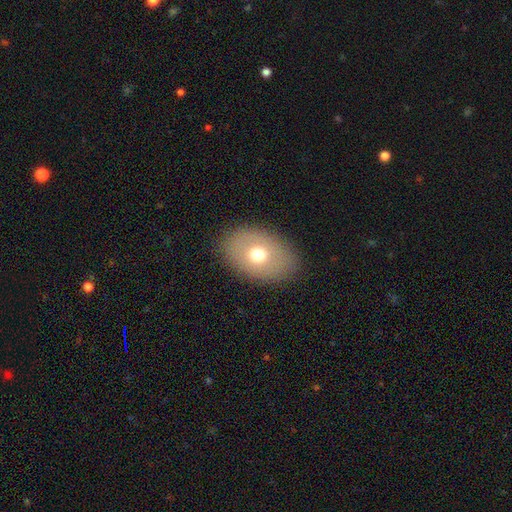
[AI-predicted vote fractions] A smooth galaxy with no disk features (58%) that is in between round and cigar-shaped (82%).

Vote fractions:
- Smooth or featured? smooth: 58% / featured or disk: 28% / star or artifact: 14%
- How rounded? in between: 82% / round: 17% / cigar-shaped: 1%
- Merging? none: 90% / minor disturbance: 7% / major disturbance: 2% / merger: 1%